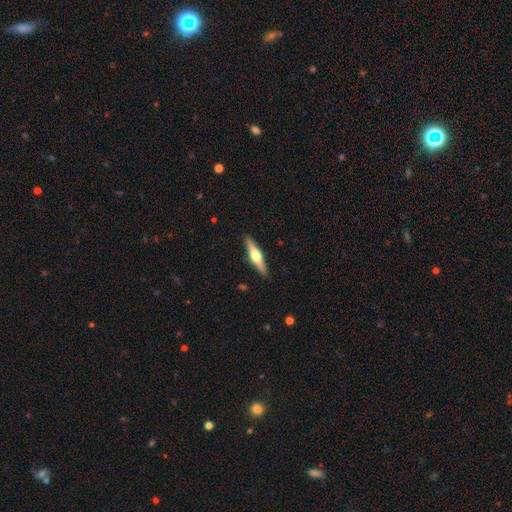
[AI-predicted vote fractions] Smooth or featured: featured or disk — 66% (smooth — 29%)
Edge-on disk: yes — 97% (no — 3%)
Edge-on bulge: rounded — 94% (boxy — 4%)
Merging: none — 91% (minor disturbance — 7%)